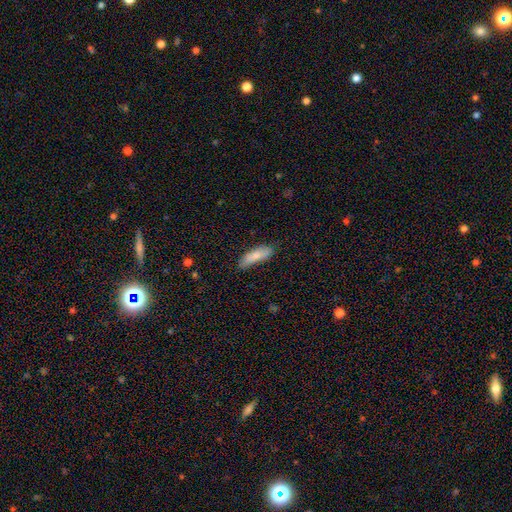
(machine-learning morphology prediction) Smooth or featured: smooth — 80% (featured or disk — 14%)
How rounded: cigar-shaped — 56% (in between — 43%)
Merging: none — 72% (minor disturbance — 22%)